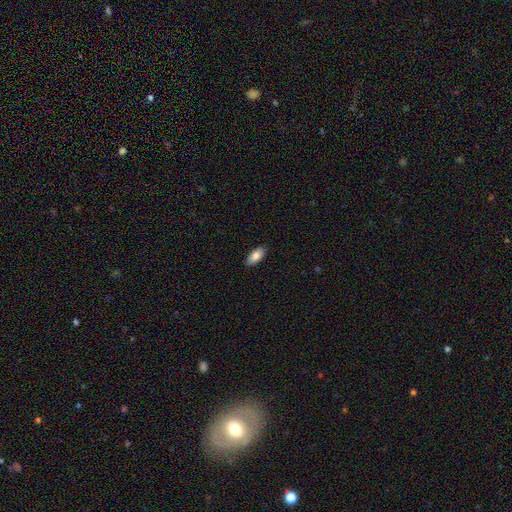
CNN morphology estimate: Q: Smooth or featured?
A: smooth (83%); runner-up: featured or disk (11%)
Q: How rounded?
A: in between (91%); runner-up: cigar-shaped (7%)
Q: Merging?
A: none (88%); runner-up: minor disturbance (9%)